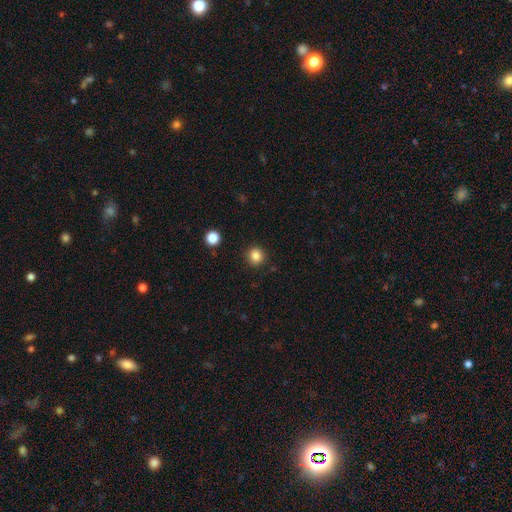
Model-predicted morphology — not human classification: Smooth or featured? Predicted: smooth (p=0.84). How rounded? Predicted: round (p=0.94). Merging? Predicted: none (p=0.91).